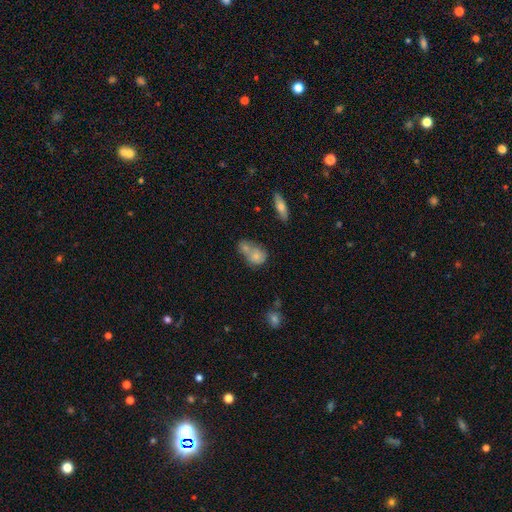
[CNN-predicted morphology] Smooth or featured?
  - smooth: 70% *
  - featured or disk: 21%
  - star or artifact: 9%
How rounded?
  - in between: 59% *
  - round: 39%
  - cigar-shaped: 3%
Merging?
  - merger: 58% *
  - none: 25%
  - minor disturbance: 11%
  - major disturbance: 5%